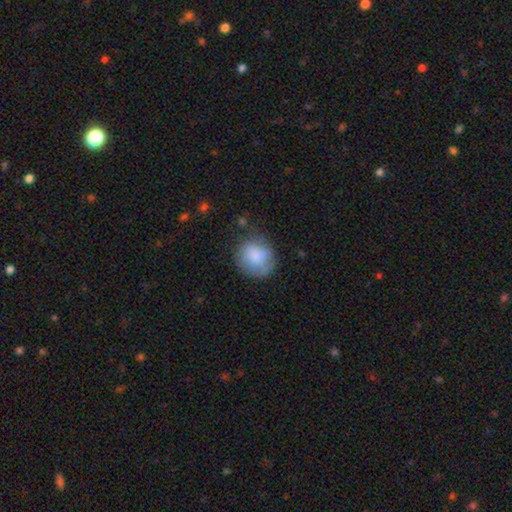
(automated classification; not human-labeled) A smooth galaxy with no disk features (81%) that is round (79%).

Vote fractions:
- Smooth or featured? smooth: 81% / featured or disk: 12% / star or artifact: 7%
- How rounded? round: 79% / in between: 20% / cigar-shaped: 1%
- Merging? none: 61% / minor disturbance: 27% / major disturbance: 10% / merger: 3%